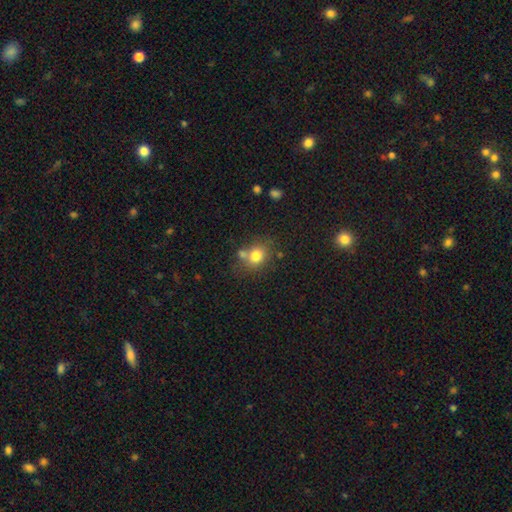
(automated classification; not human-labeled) Overall: smooth (78%). How rounded: round (65%; in between 35%). Merging: none (57%; merger 25%).